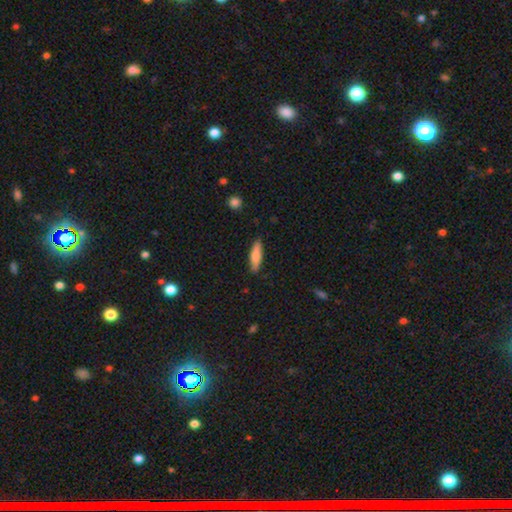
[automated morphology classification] smooth_or_featured: smooth (p=0.79) [alt: featured or disk p=0.15]
how_rounded: cigar-shaped (p=0.63) [alt: in between p=0.36]
merging: none (p=0.86) [alt: minor disturbance p=0.11]